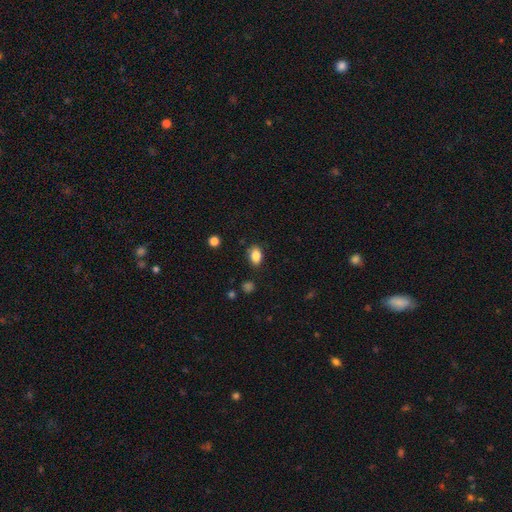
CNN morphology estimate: Smooth or featured? smooth (85%)
How rounded? in between (82%)
Merging? none (83%)